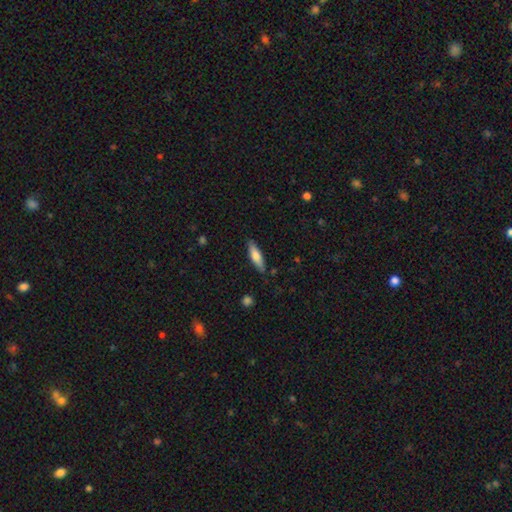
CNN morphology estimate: This appears to be a smooth galaxy with no disk features (69%) that is cigar-shaped (65%). Merging: none (85%).